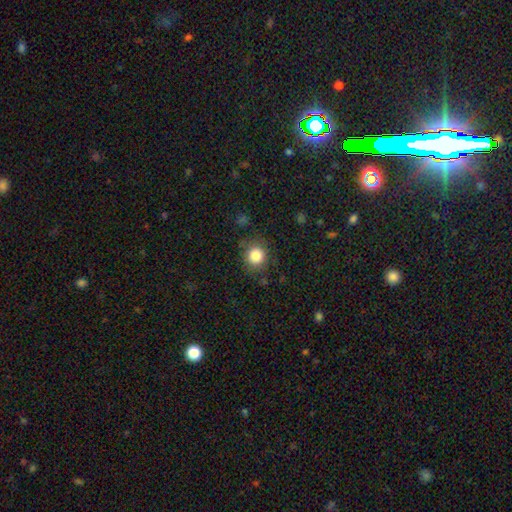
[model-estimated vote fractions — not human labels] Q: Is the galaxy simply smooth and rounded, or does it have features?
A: smooth — 84%.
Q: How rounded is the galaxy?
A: round — 88%.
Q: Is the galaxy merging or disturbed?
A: none — 82%.